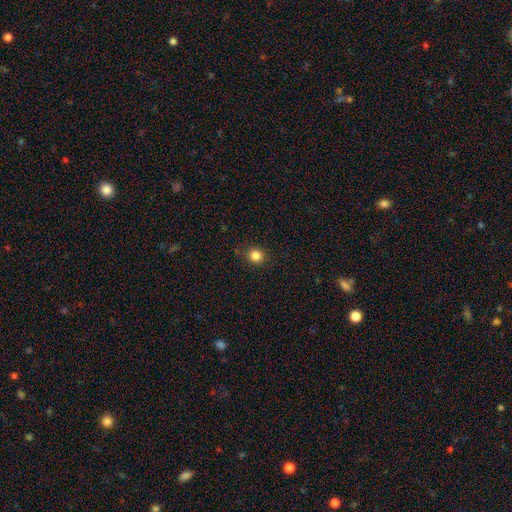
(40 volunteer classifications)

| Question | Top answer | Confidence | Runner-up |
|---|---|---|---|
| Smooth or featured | smooth | 85% | star or artifact (10%) |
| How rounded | round | 88% | in between (12%) |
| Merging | none | 81% | minor disturbance (17%) |